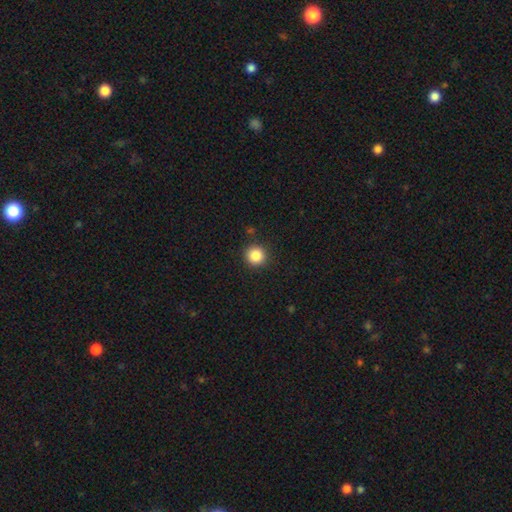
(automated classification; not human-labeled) Morphology: type=smooth (86%); roundness=round (94%); merging=none (91%).